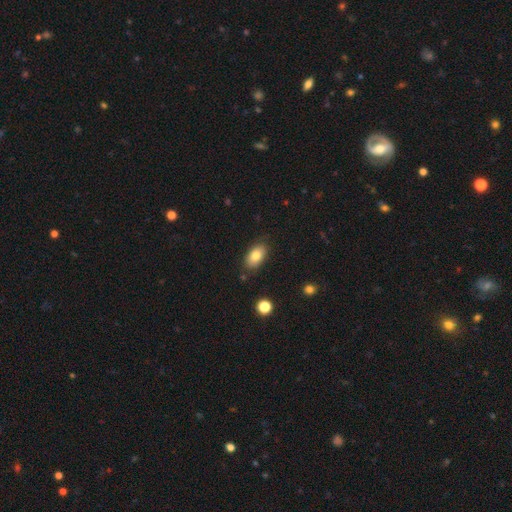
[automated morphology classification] smooth_or_featured: smooth (p=0.80) [alt: featured or disk p=0.12]
how_rounded: in between (p=0.91) [alt: round p=0.06]
merging: none (p=0.82) [alt: minor disturbance p=0.13]